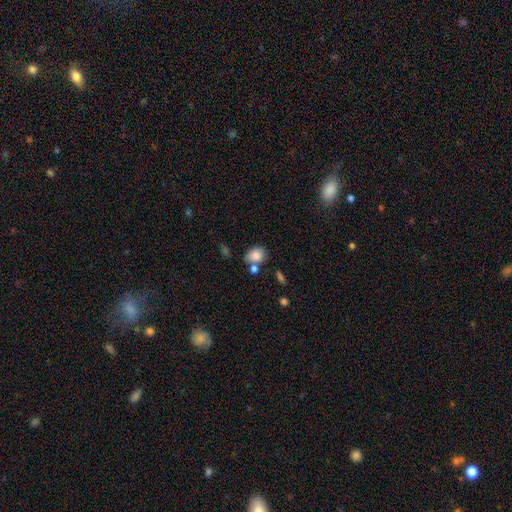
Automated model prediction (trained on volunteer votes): Smooth or featured? Predicted: smooth (p=0.83). How rounded? Predicted: in between (p=0.54). Merging? Predicted: none (p=0.56).